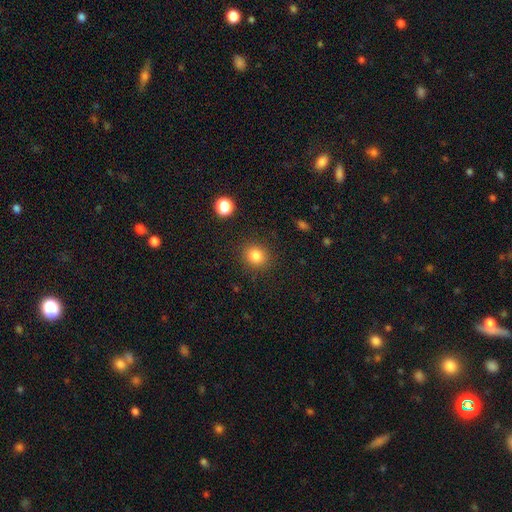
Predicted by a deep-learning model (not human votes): Smooth or featured? smooth (83%)
How rounded? round (78%)
Merging? none (88%)